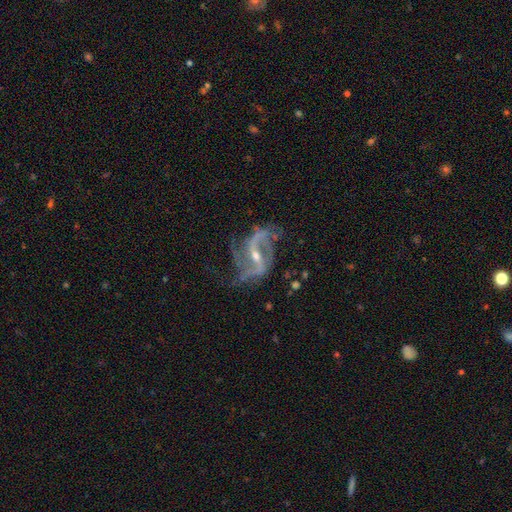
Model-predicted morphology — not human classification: The model was most divided on "bar": strong: 42%, weak: 39%, no: 19%. More confident: edge-on disk — no (96%); spiral arms — yes (95%); smooth or featured — featured or disk (87%); spiral arm count — 2 (65%); merging — none (60%); spiral winding — loose (58%); bulge size — small (57%).